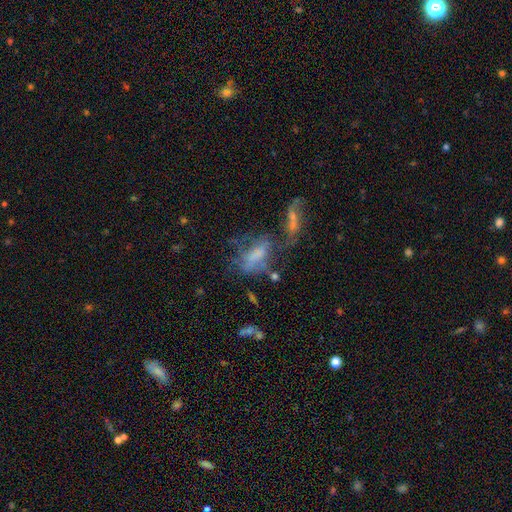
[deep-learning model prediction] Overall: smooth (44%; featured or disk 42%). Merging: merger (33%; major disturbance 27%).